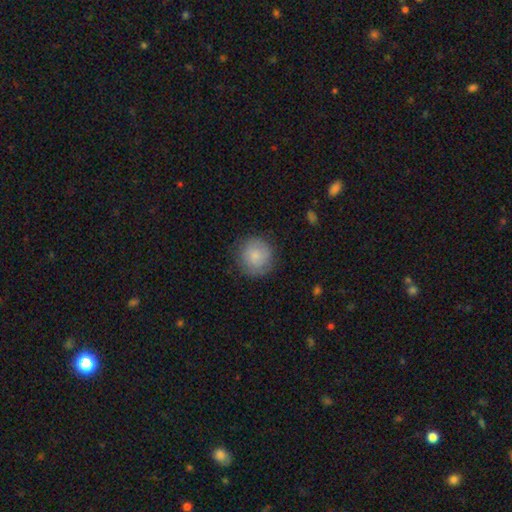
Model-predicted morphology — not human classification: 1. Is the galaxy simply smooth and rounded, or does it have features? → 79% smooth, 14% featured or disk, 7% star or artifact.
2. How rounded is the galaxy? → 93% round, 6% in between, 1% cigar-shaped.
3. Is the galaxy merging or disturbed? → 83% none, 12% minor disturbance, 4% major disturbance, 1% merger.